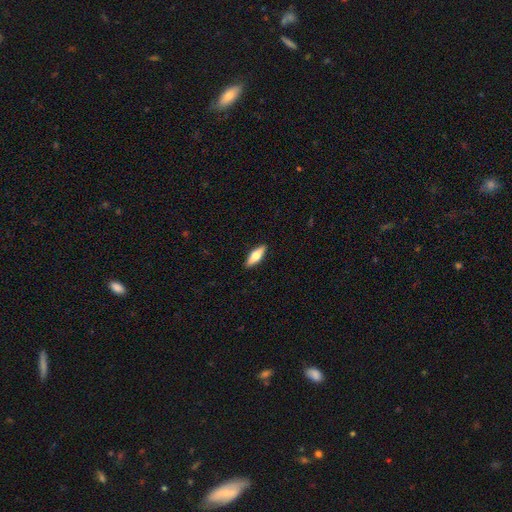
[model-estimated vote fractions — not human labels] Smooth or featured? smooth (57%)
How rounded? in between (54%)
Merging? none (90%)